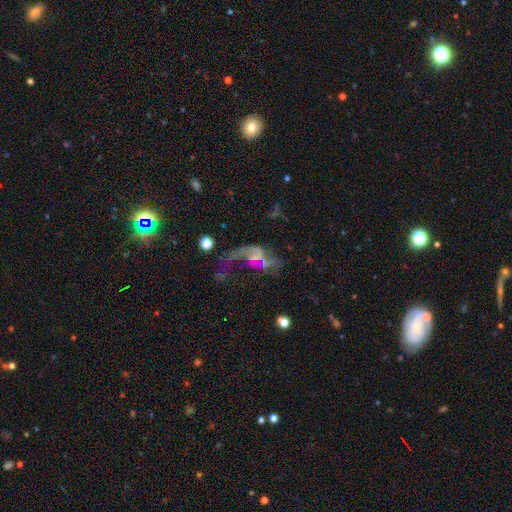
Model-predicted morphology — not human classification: Smooth or featured? featured or disk (71%)
Edge-on disk? no (96%)
Bar? no (59%)
Spiral arms? yes (74%)
Spiral winding? loose (80%)
Spiral arm count? 2 (54%)
Bulge size? none (41%)
Merging? major disturbance (44%)